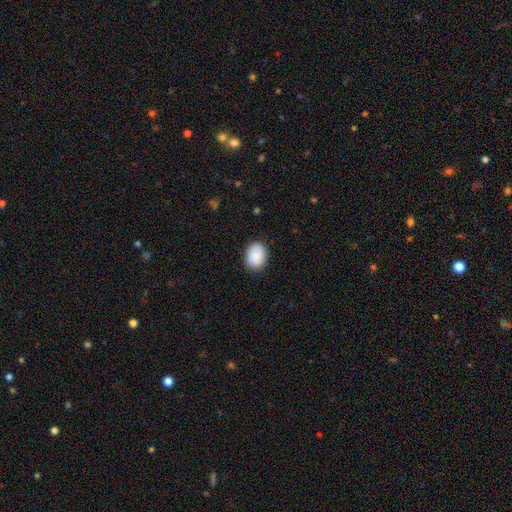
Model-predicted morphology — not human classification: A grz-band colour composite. It shows a smooth galaxy with no disk features (86%) that is in between round and cigar-shaped (58%). Merging: none (84%).